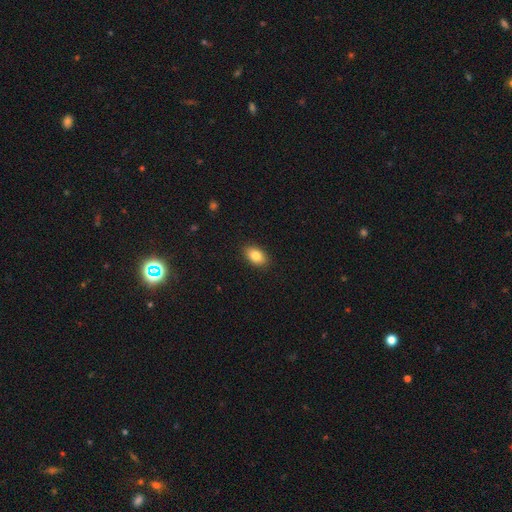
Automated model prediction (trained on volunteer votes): Smooth or featured: smooth — 83% (featured or disk — 9%)
How rounded: in between — 90% (round — 9%)
Merging: none — 90% (minor disturbance — 8%)